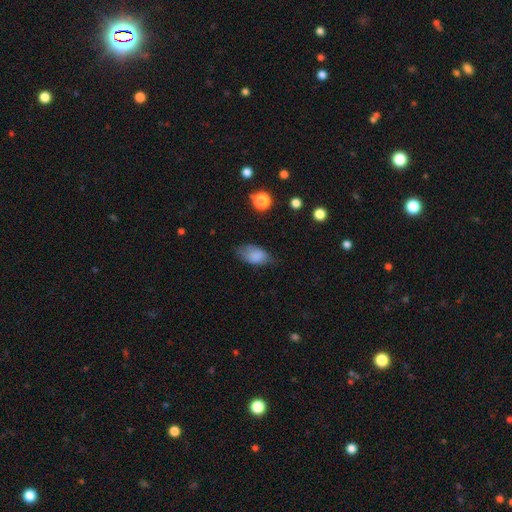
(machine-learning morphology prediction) A smooth galaxy with no disk features (81%) that is in between round and cigar-shaped (90%). Merging: none (60%).